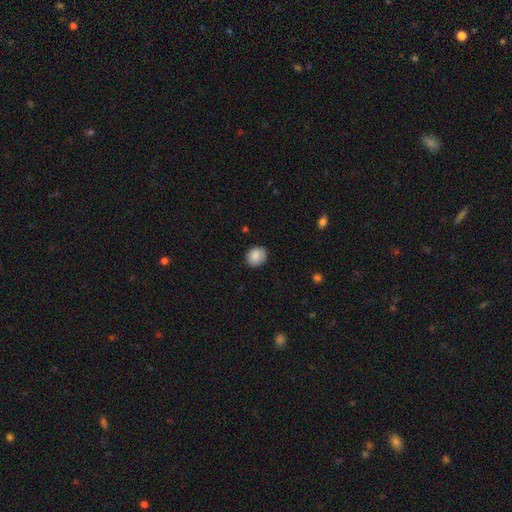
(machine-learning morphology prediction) smooth_or_featured: smooth (p=0.89) [alt: star or artifact p=0.07]
how_rounded: round (p=0.57) [alt: in between p=0.42]
merging: none (p=0.85) [alt: minor disturbance p=0.12]